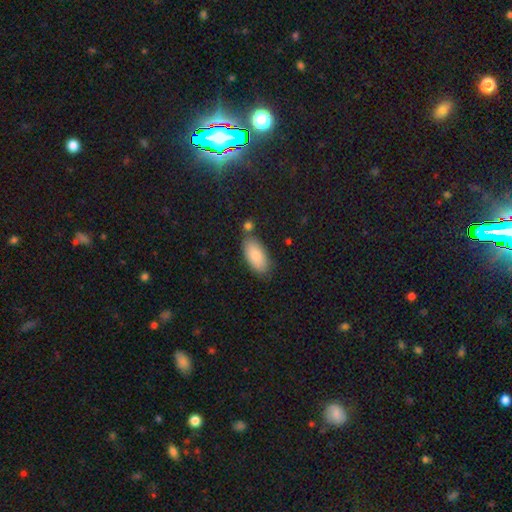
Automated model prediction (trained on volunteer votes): A smooth galaxy with no disk features (85%) that is in between round and cigar-shaped (91%). Merging: none (72%).